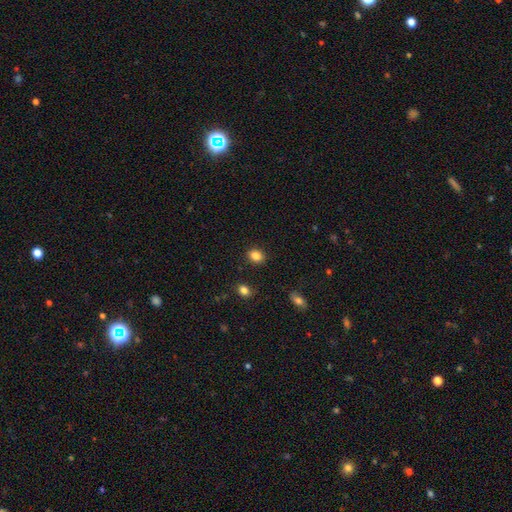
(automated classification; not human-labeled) Q: Smooth or featured?
A: smooth (86%); runner-up: star or artifact (10%)
Q: How rounded?
A: in between (55%); runner-up: round (44%)
Q: Merging?
A: none (88%); runner-up: minor disturbance (8%)